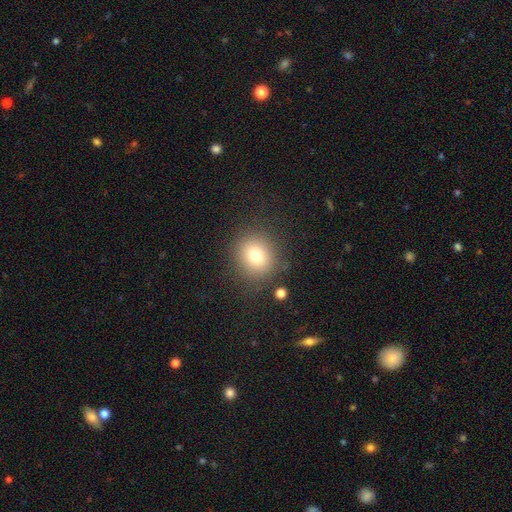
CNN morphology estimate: A smooth galaxy with no disk features (76%) that is round (86%).

Vote fractions:
- Smooth or featured? smooth: 76% / star or artifact: 14% / featured or disk: 10%
- How rounded? round: 86% / in between: 13% / cigar-shaped: 1%
- Merging? none: 85% / minor disturbance: 9% / major disturbance: 4% / merger: 2%